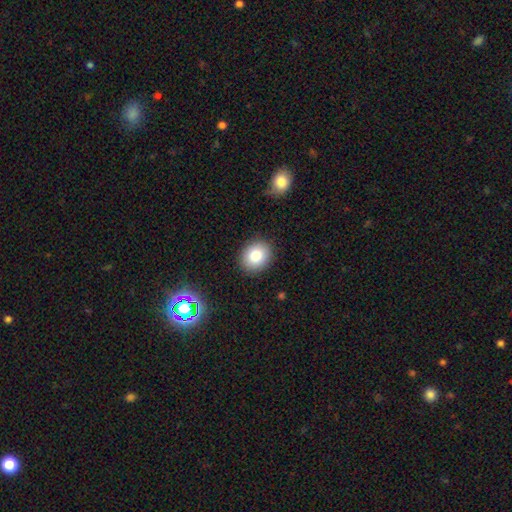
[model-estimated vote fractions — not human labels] Smooth or featured: smooth — 84% (star or artifact — 9%)
How rounded: round — 58% (in between — 41%)
Merging: none — 88% (minor disturbance — 8%)